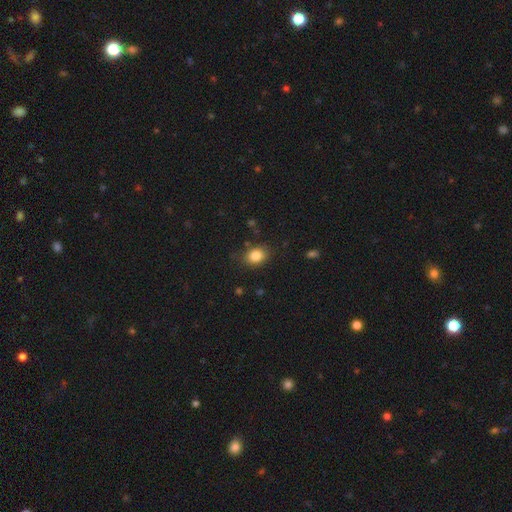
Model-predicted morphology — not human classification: Overall: smooth (84%). How rounded: in between (55%; round 44%). Merging: none (82%).